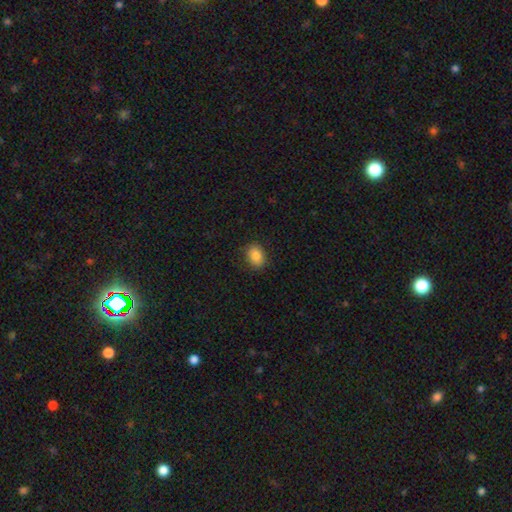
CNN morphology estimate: A smooth galaxy with no disk features (85%) that is in between round and cigar-shaped (67%).

Vote fractions:
- Smooth or featured? smooth: 85% / star or artifact: 9% / featured or disk: 6%
- How rounded? in between: 67% / round: 32% / cigar-shaped: 1%
- Merging? none: 86% / minor disturbance: 11% / major disturbance: 3% / merger: 1%